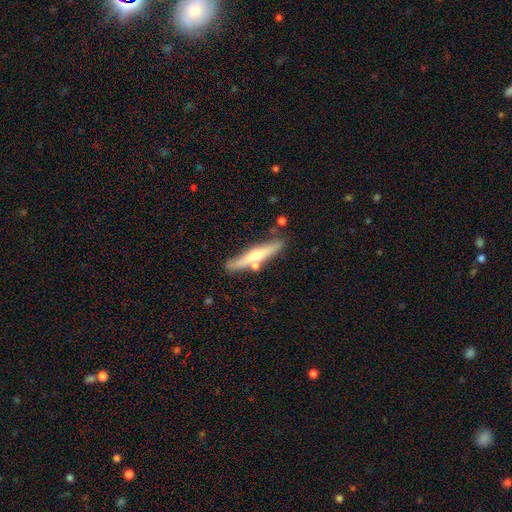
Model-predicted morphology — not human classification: Smooth or featured? featured or disk (56%)
Edge-on disk? yes (94%)
Edge-on bulge? rounded (87%)
Merging? none (78%)